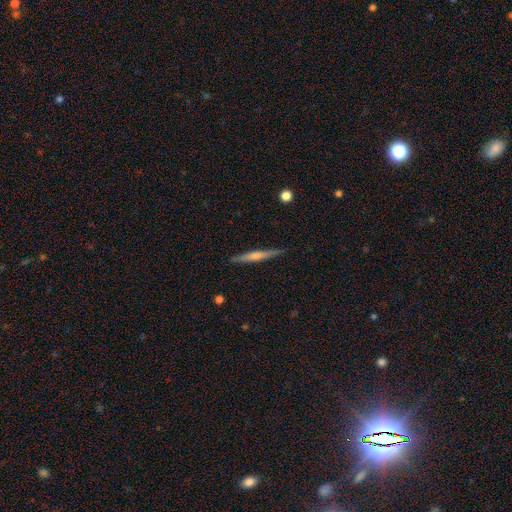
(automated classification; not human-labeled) Smooth or featured: featured or disk — 58% (smooth — 36%)
Edge-on disk: yes — 98% (no — 2%)
Edge-on bulge: rounded — 53% (none — 35%)
Merging: none — 90% (minor disturbance — 8%)